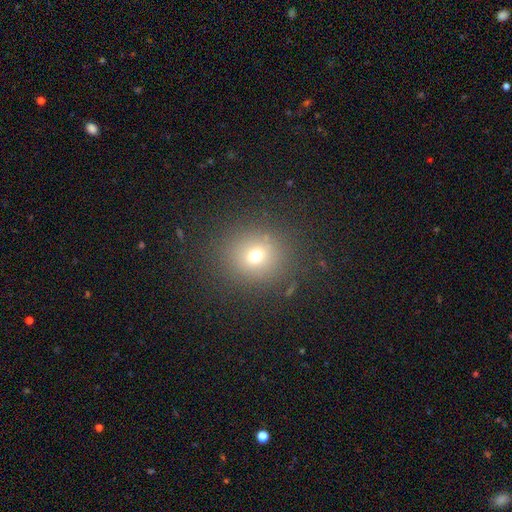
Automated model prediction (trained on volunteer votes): A smooth galaxy with no disk features (68%) that is round (86%). Merging: none (85%).